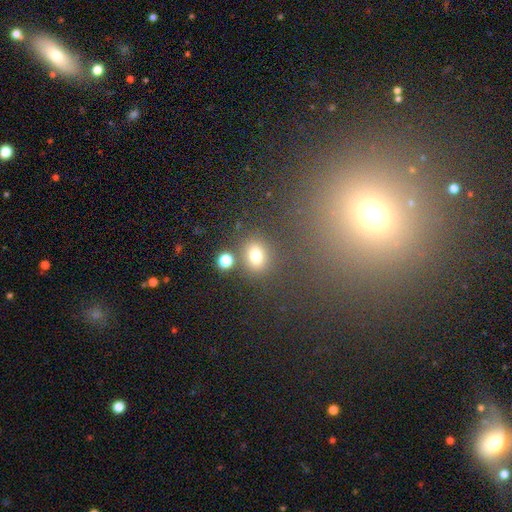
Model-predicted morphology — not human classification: Q: Smooth or featured?
A: smooth (73%); runner-up: star or artifact (17%)
Q: How rounded?
A: in between (51%); runner-up: round (47%)
Q: Merging?
A: none (72%); runner-up: merger (11%)